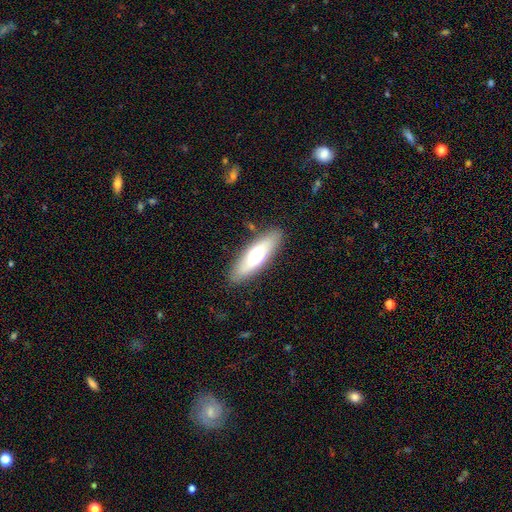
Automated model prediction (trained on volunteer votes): The model was most divided on "how rounded": cigar-shaped: 50%, in between: 48%, round: 2%. More confident: merging — none (87%); smooth or featured — smooth (59%).